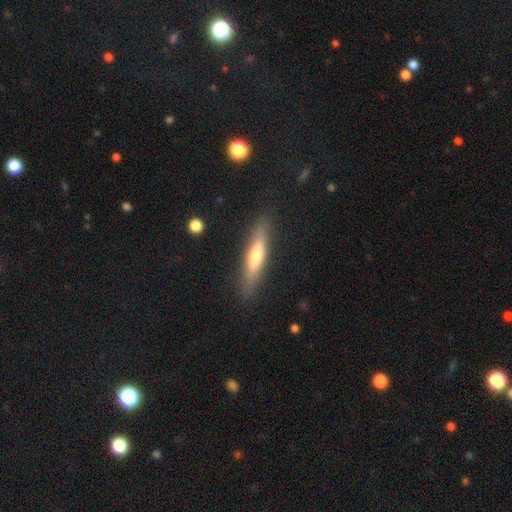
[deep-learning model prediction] A smooth galaxy with no disk features (53%) that is cigar-shaped (87%).

Vote fractions:
- Smooth or featured? smooth: 53% / featured or disk: 40% / star or artifact: 6%
- How rounded? cigar-shaped: 87% / in between: 12% / round: 1%
- Merging? none: 87% / minor disturbance: 9% / major disturbance: 2% / merger: 1%